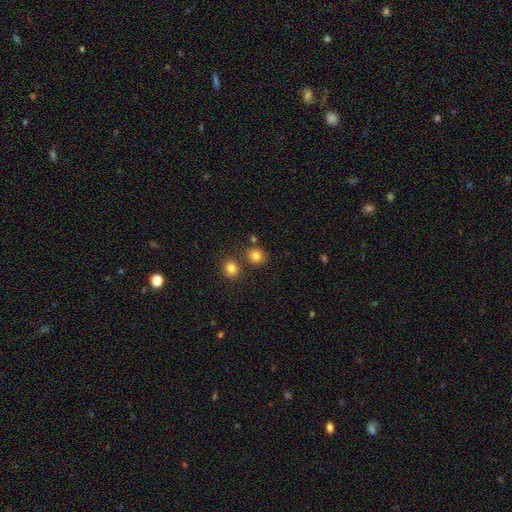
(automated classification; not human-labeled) This appears to be a smooth galaxy with no disk features (82%) that is round (81%). Merging: none (76%).